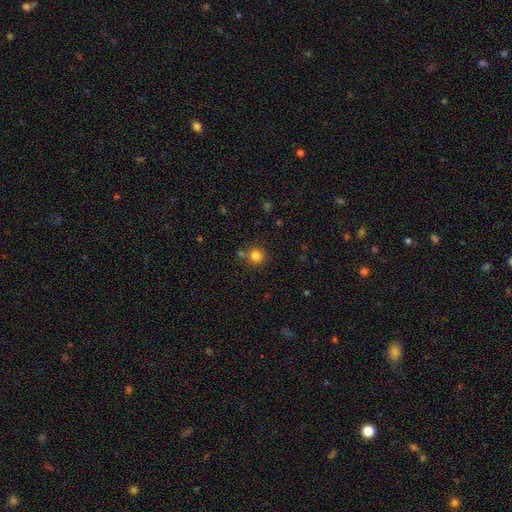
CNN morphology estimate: A smooth galaxy with no disk features (82%) that is round (92%). Merging: none (73%).